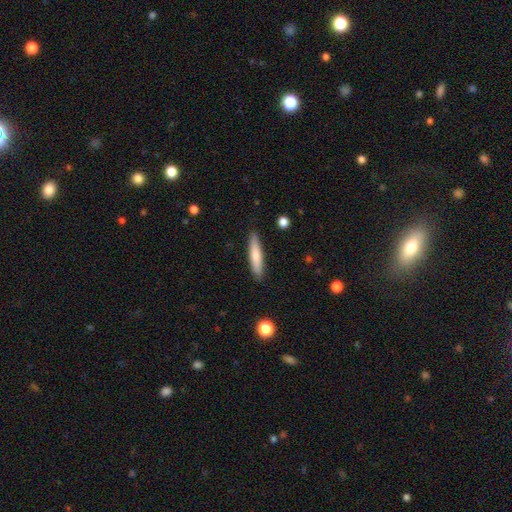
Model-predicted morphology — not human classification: Smooth or featured? Predicted: smooth (p=0.74). How rounded? Predicted: cigar-shaped (p=0.85). Merging? Predicted: none (p=0.88).